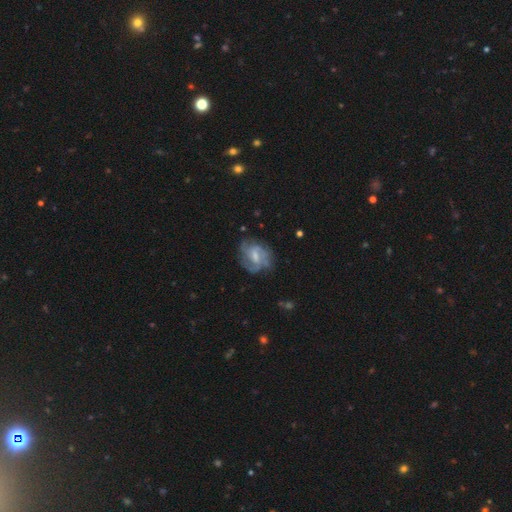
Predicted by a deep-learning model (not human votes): The model was most divided on "spiral winding": medium: 41%, tight: 40%, loose: 18%. Remaining: edge-on disk — no (97%); spiral arms — yes (77%); smooth or featured — featured or disk (69%); merging — none (57%); bar — weak (54%); bulge size — moderate (42%); spiral arm count — can't tell (40%).